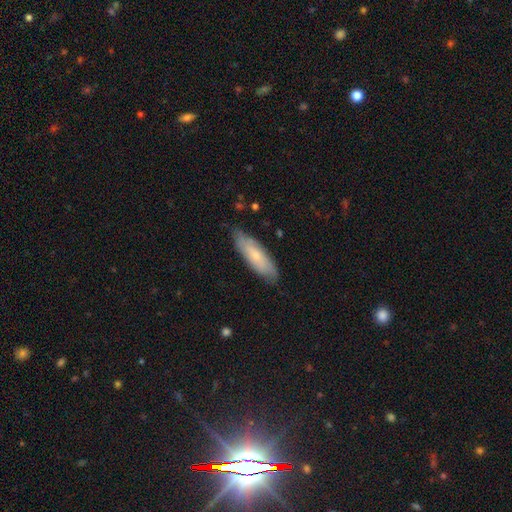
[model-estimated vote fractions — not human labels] smooth 59%, featured or disk 35%, star or artifact 6%. Down the decision tree: how rounded — cigar-shaped (54%); merging — none (78%).